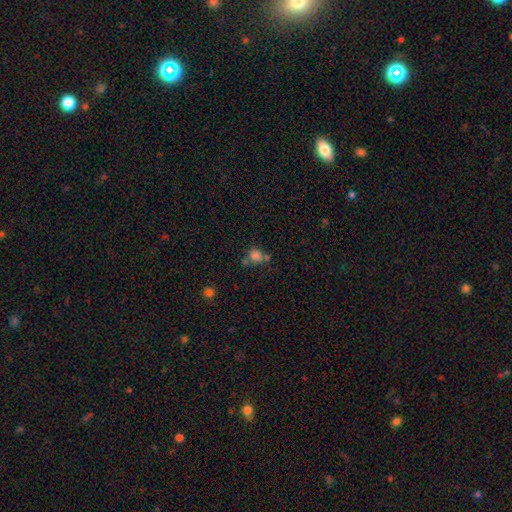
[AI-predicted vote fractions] Smooth or featured? smooth (76%)
How rounded? round (71%)
Merging? none (48%)